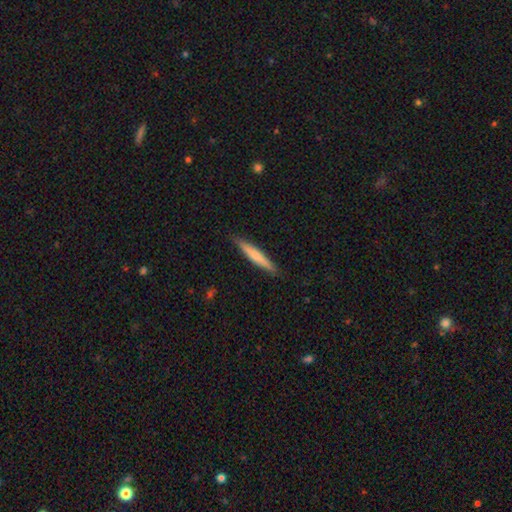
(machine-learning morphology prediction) Smooth or featured: smooth — 65% (featured or disk — 30%)
How rounded: cigar-shaped — 94% (in between — 5%)
Merging: none — 89% (minor disturbance — 8%)